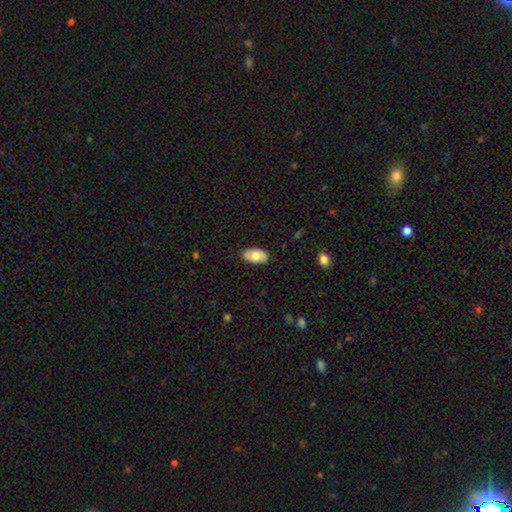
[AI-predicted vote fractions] smooth-or-featured: smooth: 74% | featured or disk: 20% | star or artifact: 6%
  how-rounded: in between: 95% | round: 3% | cigar-shaped: 2%
  merging: none: 84% | minor disturbance: 13% | major disturbance: 2% | merger: 1%